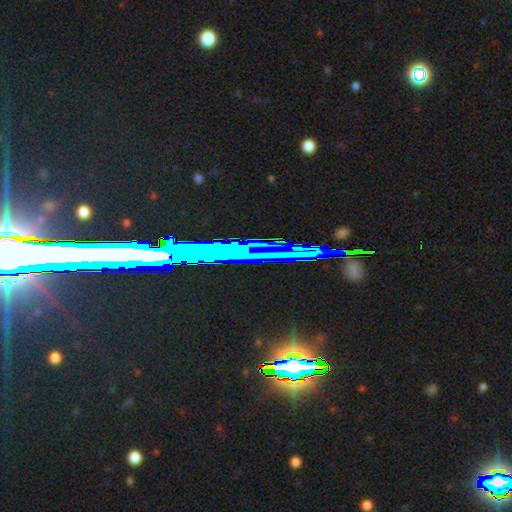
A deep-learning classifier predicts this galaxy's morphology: Smooth or featured? Predicted: star or artifact (p=0.76).